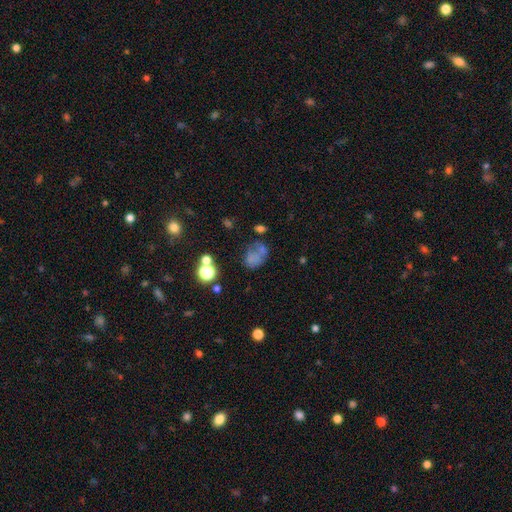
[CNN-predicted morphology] Smooth or featured? Predicted: smooth (p=0.57). How rounded? Predicted: in between (p=0.58). Merging? Predicted: none (p=0.38).